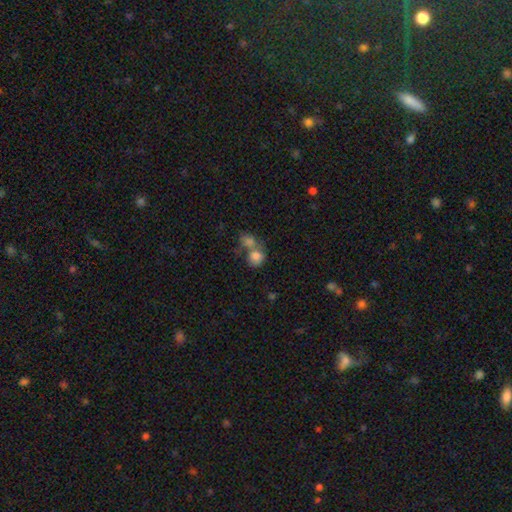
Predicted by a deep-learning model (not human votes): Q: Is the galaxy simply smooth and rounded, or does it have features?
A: smooth — 79%.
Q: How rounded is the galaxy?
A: round — 68%.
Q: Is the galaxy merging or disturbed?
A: merger — 59%.